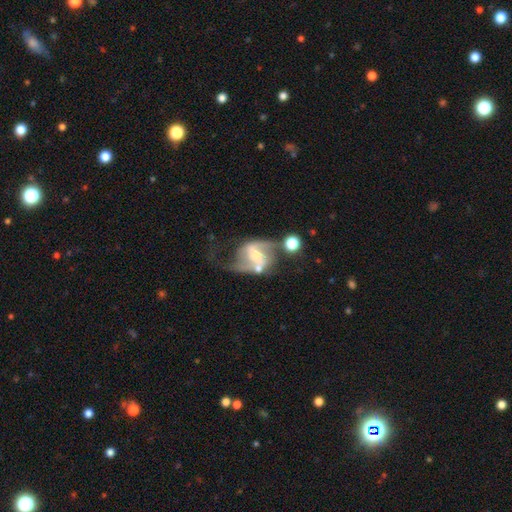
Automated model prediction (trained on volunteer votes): A featured or disk galaxy (84%) with a weak bar (39%), 2 (91%) loose (56%) spiral arms (94%) and a small central bulge (47%). Merging: none (47%).